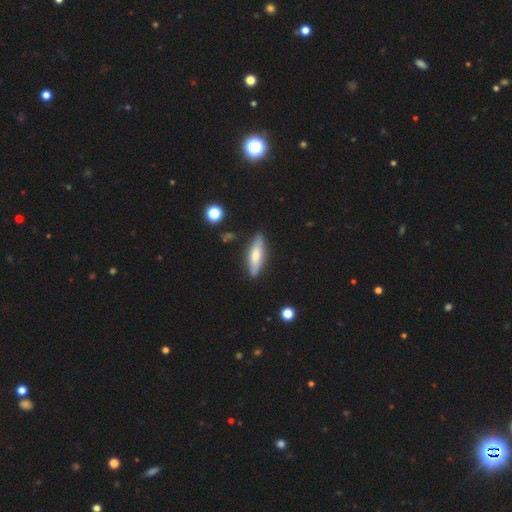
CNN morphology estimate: smooth 55%, featured or disk 38%, star or artifact 6%. Down the decision tree: how rounded — cigar-shaped (60%); merging — none (83%).